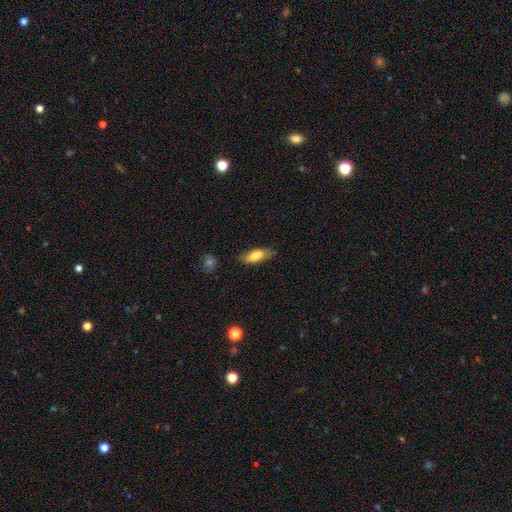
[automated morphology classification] smooth 80%, featured or disk 14%, star or artifact 7%. Down the decision tree: how rounded — in between (71%); merging — none (76%).